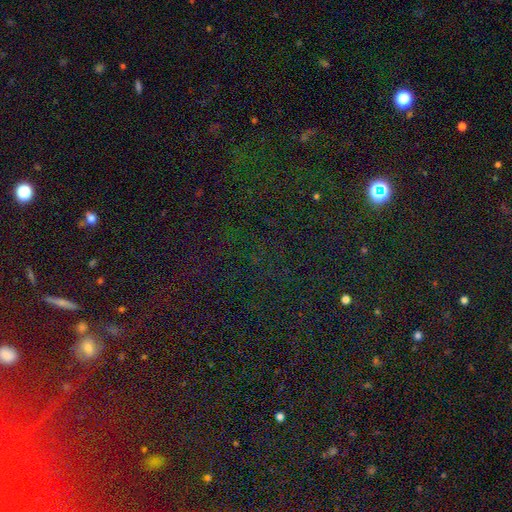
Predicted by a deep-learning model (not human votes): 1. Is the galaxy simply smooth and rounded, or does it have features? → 79% star or artifact, 13% smooth, 8% featured or disk.